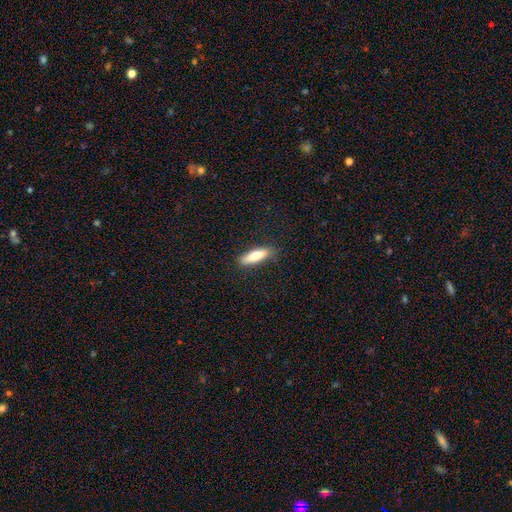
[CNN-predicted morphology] This is likely a smooth galaxy (77%). How rounded: possibly cigar-shaped (57%). Merging: clearly none (84%).